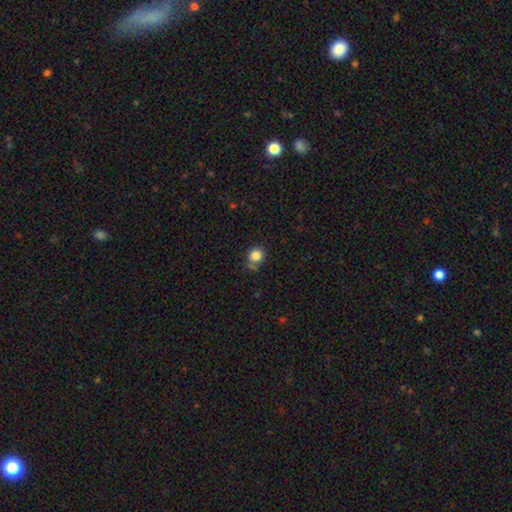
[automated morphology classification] The model was most divided on "merging": none: 70%, minor disturbance: 18%, merger: 7%, major disturbance: 5%. More confident: smooth or featured — smooth (83%); how rounded — round (82%).